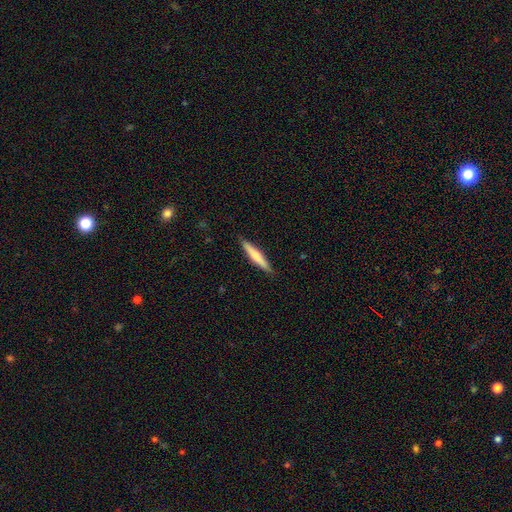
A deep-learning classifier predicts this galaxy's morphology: Smooth or featured: smooth — 61% (featured or disk — 34%)
How rounded: cigar-shaped — 93% (in between — 6%)
Merging: none — 90% (minor disturbance — 8%)